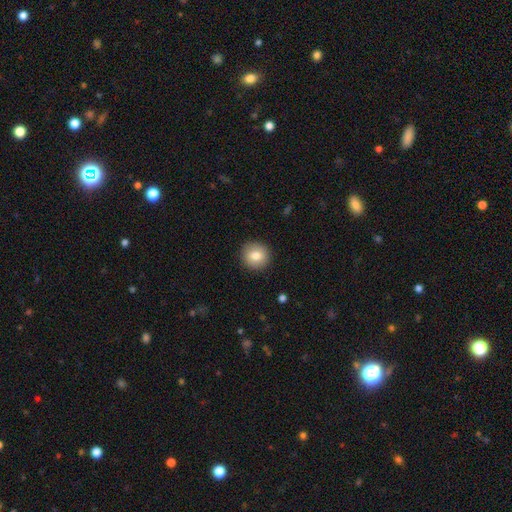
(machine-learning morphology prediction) Q: Smooth or featured?
A: smooth (81%); runner-up: featured or disk (10%)
Q: How rounded?
A: round (93%); runner-up: in between (6%)
Q: Merging?
A: none (91%); runner-up: minor disturbance (6%)